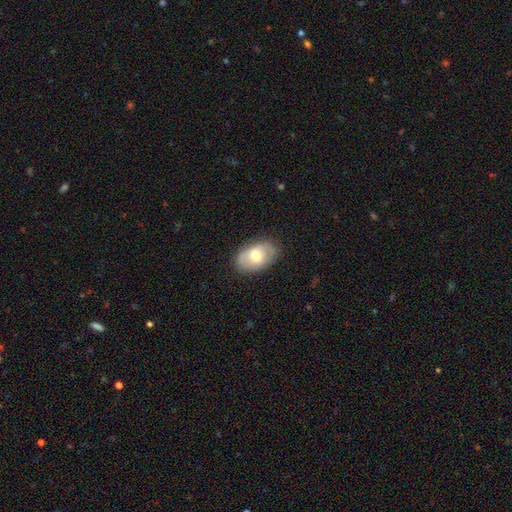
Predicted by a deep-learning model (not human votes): smooth 58%, featured or disk 35%, star or artifact 7%. Down the decision tree: how rounded — in between (87%); merging — none (81%).